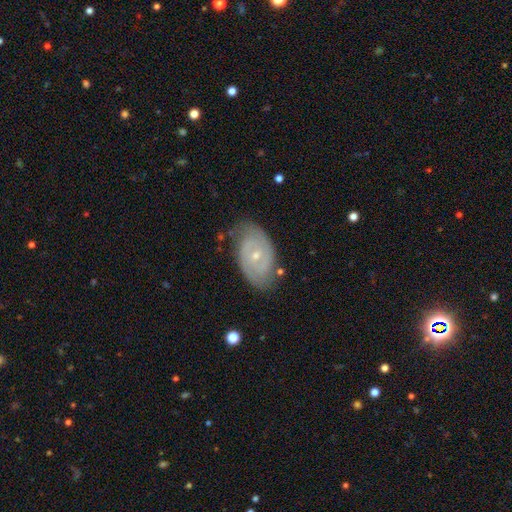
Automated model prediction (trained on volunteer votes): The model was most divided on "spiral winding": tight: 58%, medium: 32%, loose: 10%. More confident: edge-on disk — no (95%); spiral arms — yes (87%); smooth or featured — featured or disk (76%); merging — none (71%); bulge size — small (65%); bar — no (65%); spiral arm count — 2 (64%).